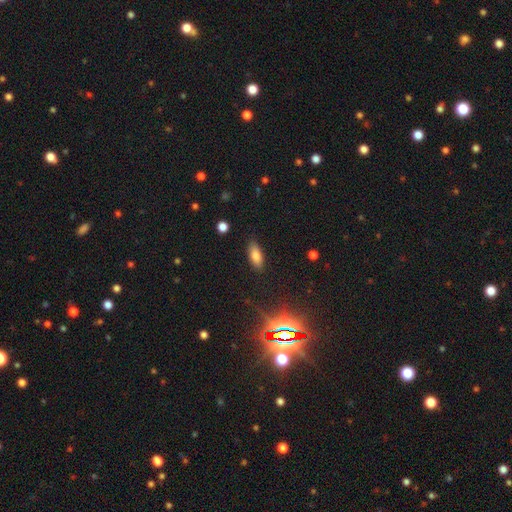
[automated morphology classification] Q: Smooth or featured?
A: smooth (80%); runner-up: star or artifact (11%)
Q: How rounded?
A: in between (82%); runner-up: cigar-shaped (15%)
Q: Merging?
A: none (85%); runner-up: minor disturbance (11%)